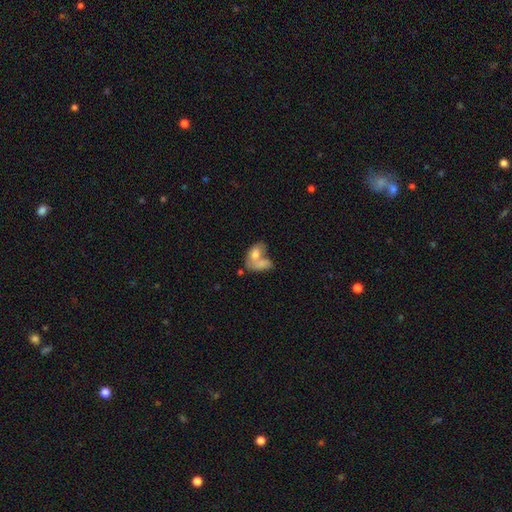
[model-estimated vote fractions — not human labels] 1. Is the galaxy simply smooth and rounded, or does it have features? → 58% smooth, 32% featured or disk, 10% star or artifact.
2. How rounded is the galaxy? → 81% in between, 16% round, 3% cigar-shaped.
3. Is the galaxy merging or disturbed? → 61% merger, 22% none, 9% minor disturbance, 8% major disturbance.